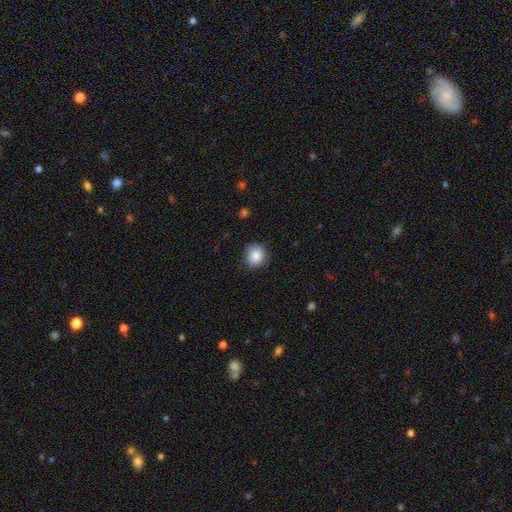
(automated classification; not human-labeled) Q: Smooth or featured?
A: smooth (86%); runner-up: star or artifact (9%)
Q: How rounded?
A: round (80%); runner-up: in between (19%)
Q: Merging?
A: none (78%); runner-up: minor disturbance (17%)